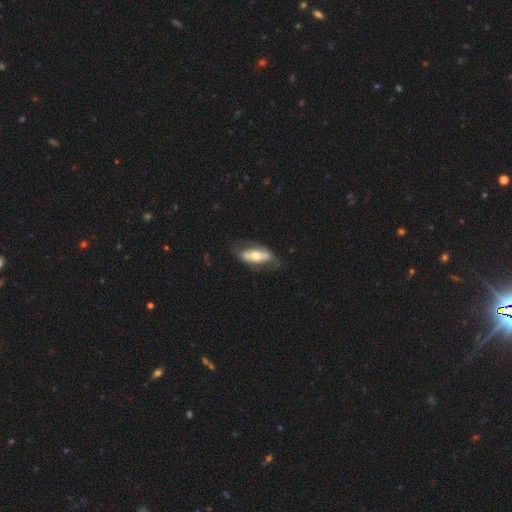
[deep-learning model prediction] featured or disk 58%, smooth 36%, star or artifact 5%. Down the decision tree: edge-on disk — no (79%); merging — none (59%).